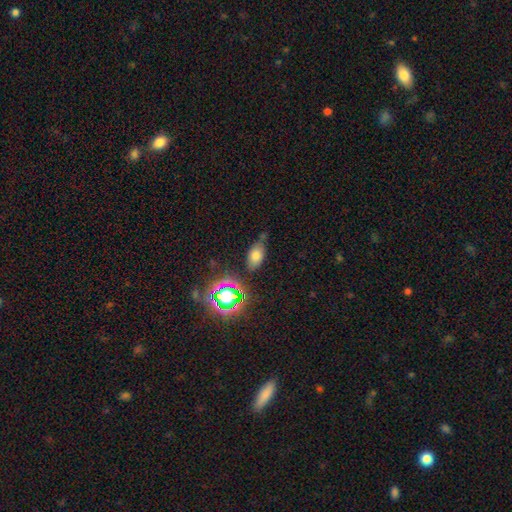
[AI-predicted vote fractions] Smooth or featured? smooth (66%)
How rounded? in between (86%)
Merging? none (66%)